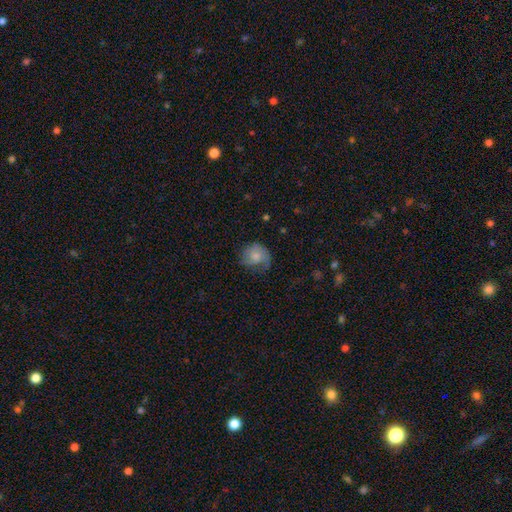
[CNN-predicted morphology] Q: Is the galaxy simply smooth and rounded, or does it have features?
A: smooth — 58%.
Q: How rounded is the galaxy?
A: round — 73%.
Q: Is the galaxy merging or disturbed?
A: none — 48%.